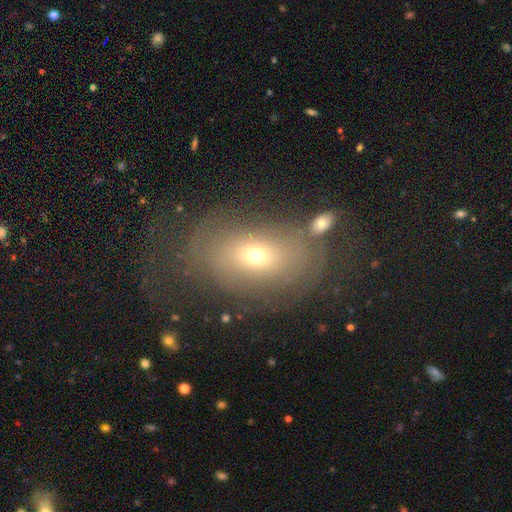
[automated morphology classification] Q: Smooth or featured?
A: smooth (51%); runner-up: featured or disk (34%)
Q: How rounded?
A: in between (74%); runner-up: round (24%)
Q: Merging?
A: none (46%); runner-up: major disturbance (25%)